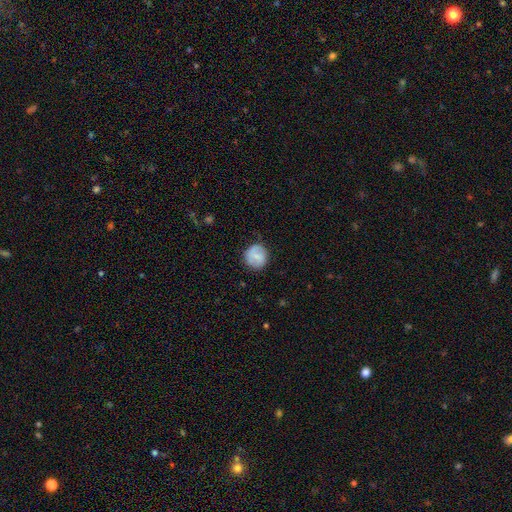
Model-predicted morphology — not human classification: A smooth galaxy with no disk features (69%) that is round (88%). Merging: none (81%).